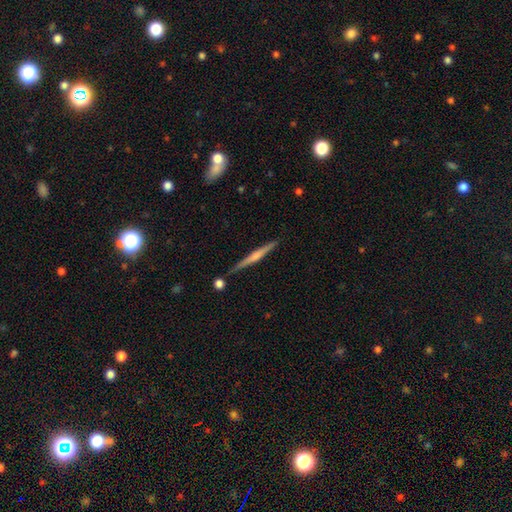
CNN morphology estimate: smooth-or-featured: featured or disk: 58% | smooth: 36% | star or artifact: 6%
  disk-edge-on: yes: 98% | no: 2%
    edge-on-bulge: rounded: 46% | none: 37% | boxy: 17%
  merging: none: 82% | minor disturbance: 12% | merger: 4% | major disturbance: 2%